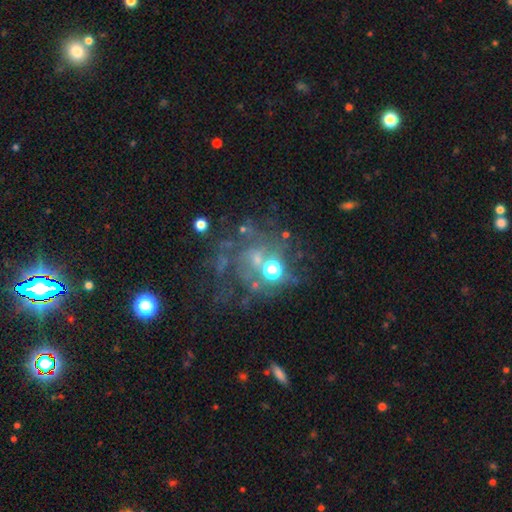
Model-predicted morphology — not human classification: Smooth or featured?
  - featured or disk: 54% *
  - star or artifact: 30%
  - smooth: 16%
Edge-on disk?
  - no: 97% *
  - yes: 3%
Bar?
  - no: 82% *
  - weak: 13%
  - strong: 4%
Spiral arms?
  - no: 60% *
  - yes: 40%
Bulge size?
  - moderate: 42% *
  - small: 28%
  - none: 20%
  - large: 8%
  - dominant: 3%
Merging?
  - none: 47% *
  - major disturbance: 27%
  - minor disturbance: 15%
  - merger: 11%